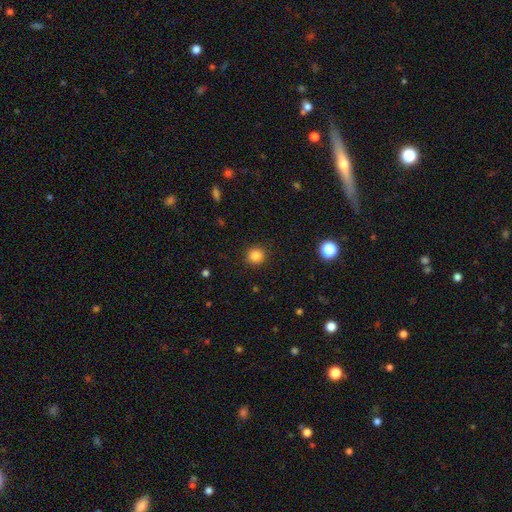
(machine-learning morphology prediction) Smooth or featured: smooth — 84% (star or artifact — 12%)
How rounded: round — 92% (in between — 7%)
Merging: none — 91% (minor disturbance — 6%)